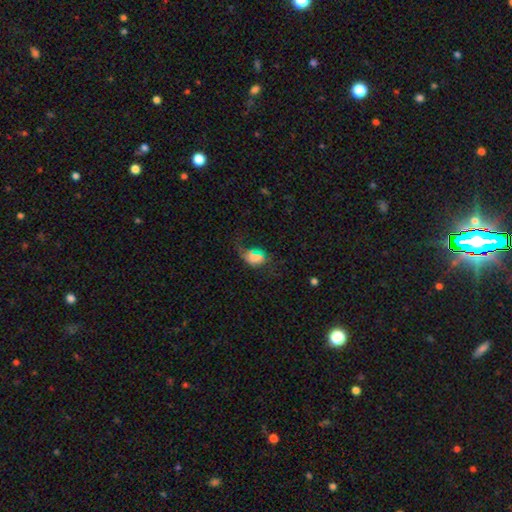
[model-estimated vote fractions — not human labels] smooth_or_featured: smooth (p=0.59) [alt: featured or disk p=0.25]
how_rounded: in between (p=0.74) [alt: round p=0.24]
merging: none (p=0.38) [alt: major disturbance p=0.32]